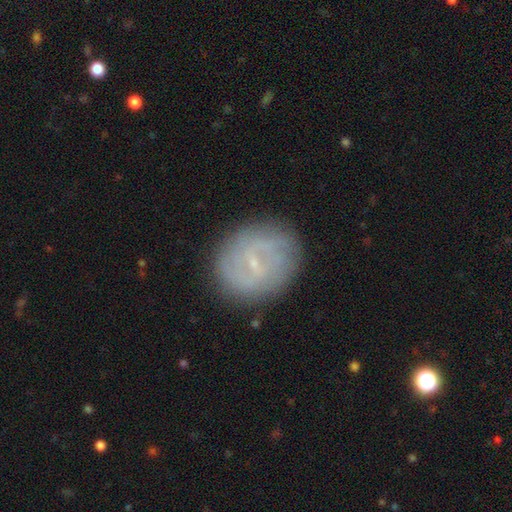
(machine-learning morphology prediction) Smooth or featured?
  - featured or disk: 63% *
  - smooth: 27%
  - star or artifact: 9%
Edge-on disk?
  - no: 96% *
  - yes: 4%
Bar?
  - weak: 56% *
  - no: 25%
  - strong: 20%
Spiral arms?
  - yes: 77% *
  - no: 23%
Bulge size?
  - small: 79% *
  - moderate: 10%
  - none: 8%
  - large: 1%
  - dominant: 1%
Merging?
  - none: 84% *
  - minor disturbance: 11%
  - major disturbance: 4%
  - merger: 1%